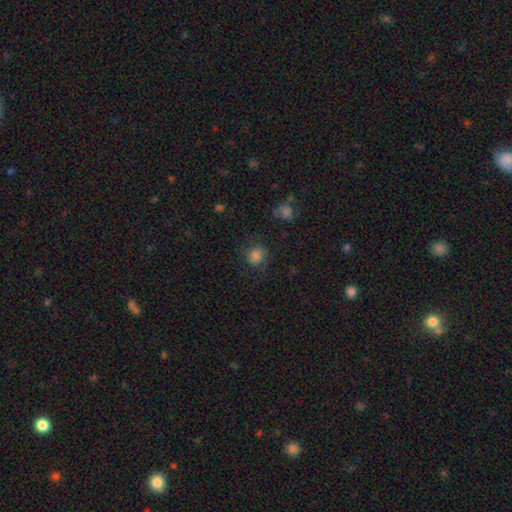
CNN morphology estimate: A smooth galaxy with no disk features (70%) that is round (79%). Merging: none (67%).